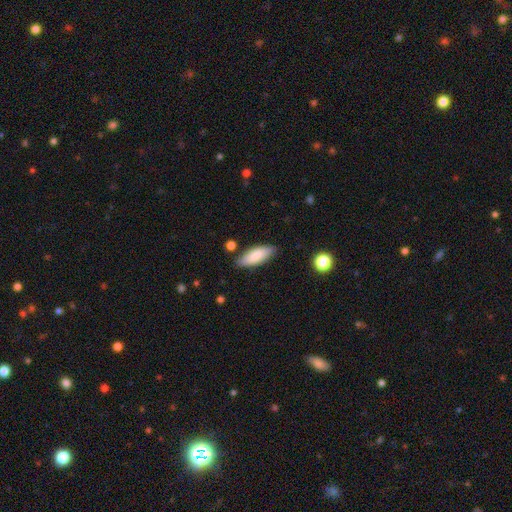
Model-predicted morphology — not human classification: A smooth galaxy with no disk features (83%) that is in between round and cigar-shaped (71%). Merging: none (82%).